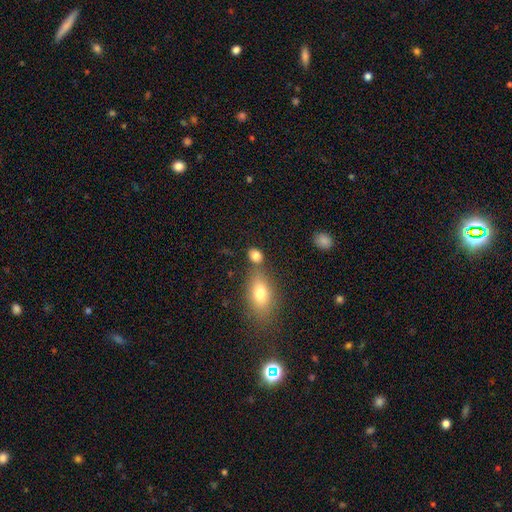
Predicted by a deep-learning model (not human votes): smooth_or_featured: smooth (p=0.82) [alt: star or artifact p=0.11]
how_rounded: in between (p=0.57) [alt: round p=0.40]
merging: none (p=0.61) [alt: merger p=0.22]